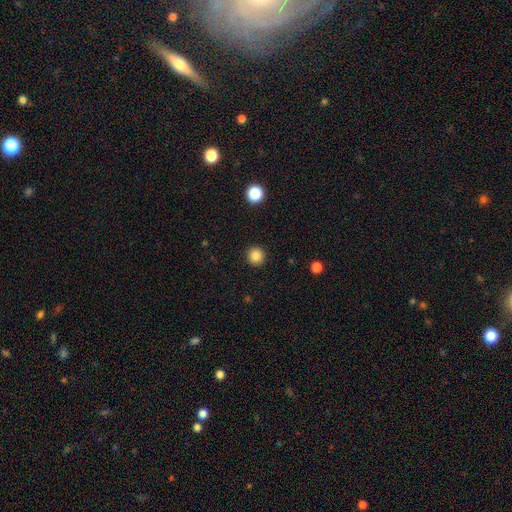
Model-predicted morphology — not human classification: Smooth or featured?
  - smooth: 86% *
  - star or artifact: 11%
  - featured or disk: 3%
How rounded?
  - round: 95% *
  - in between: 4%
  - cigar-shaped: 1%
Merging?
  - none: 93% *
  - minor disturbance: 4%
  - major disturbance: 2%
  - merger: 1%